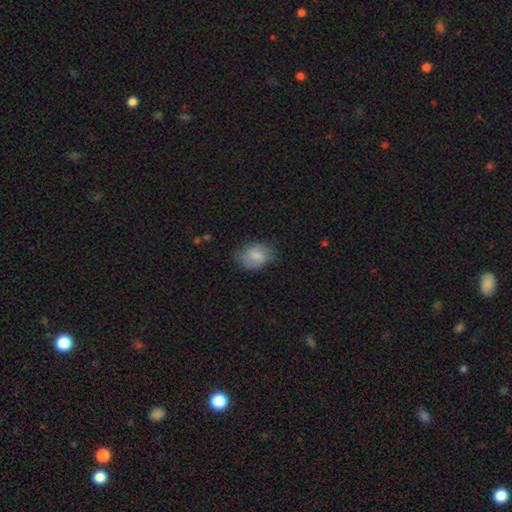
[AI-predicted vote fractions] A smooth galaxy with no disk features (78%) that is in between round and cigar-shaped (76%).

Vote fractions:
- Smooth or featured? smooth: 78% / featured or disk: 15% / star or artifact: 7%
- How rounded? in between: 76% / round: 22% / cigar-shaped: 1%
- Merging? none: 68% / minor disturbance: 24% / major disturbance: 7% / merger: 1%